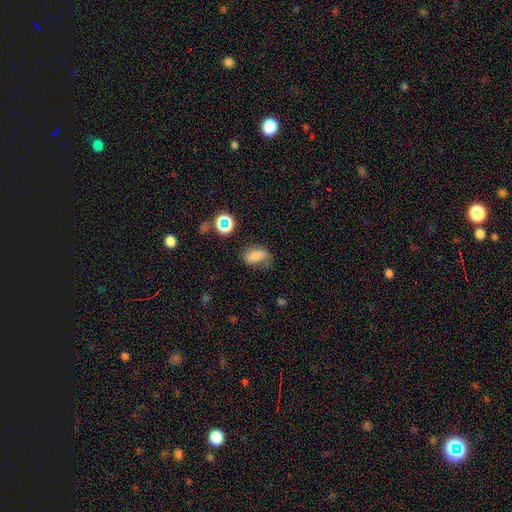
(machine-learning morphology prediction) smooth_or_featured: smooth (p=0.74) [alt: star or artifact p=0.15]
how_rounded: in between (p=0.84) [alt: round p=0.13]
merging: none (p=0.54) [alt: minor disturbance p=0.29]